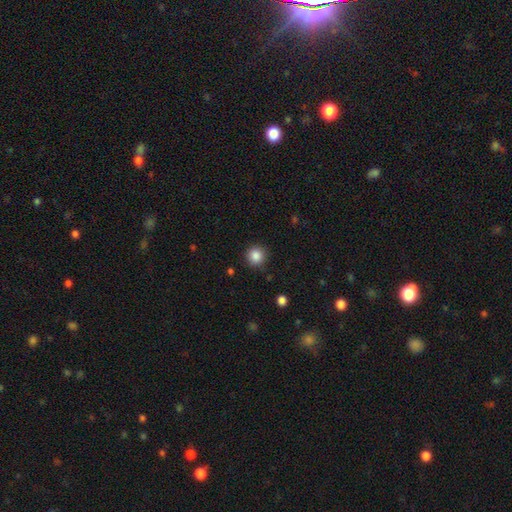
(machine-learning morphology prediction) Smooth or featured? smooth (86%)
How rounded? round (93%)
Merging? none (89%)